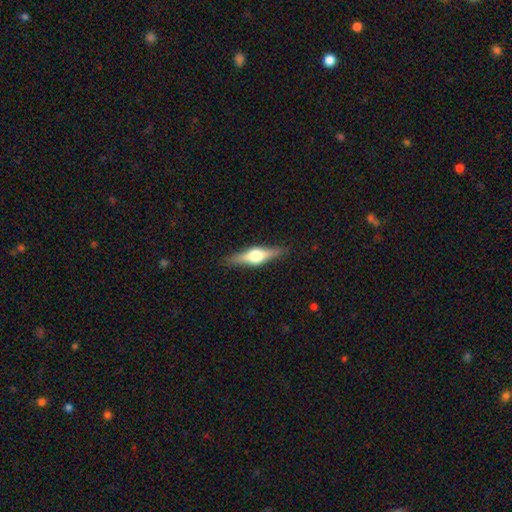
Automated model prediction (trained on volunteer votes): Overall: featured or disk (68%). Edge-on disk: yes (97%). Edge-on bulge: rounded (94%). Merging: none (89%).